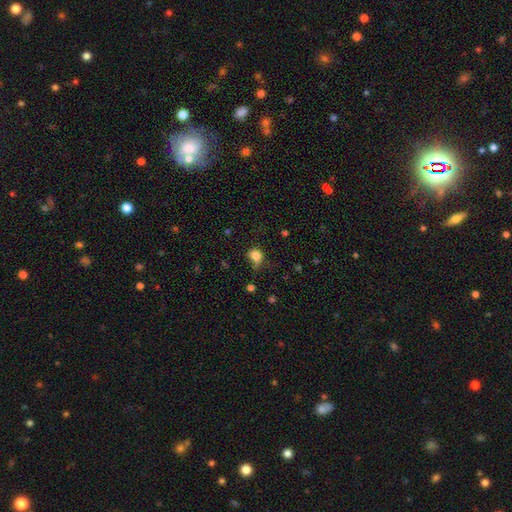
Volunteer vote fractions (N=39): Morphology: type=smooth (79%); roundness=round (58%); merging=minor disturbance (42%).